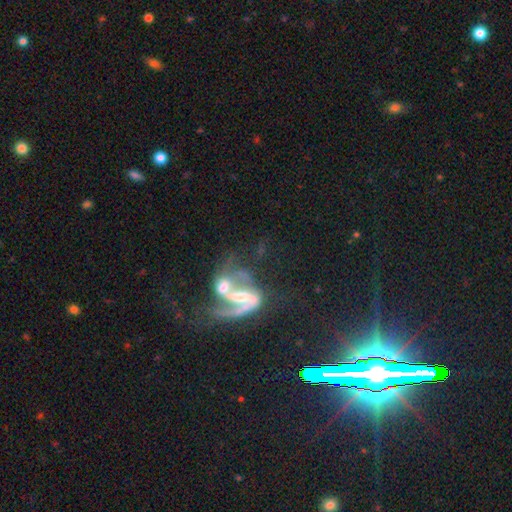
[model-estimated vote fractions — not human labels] A featured or disk galaxy (63%) with no bar (46%), spiral arms (77%) and a moderate central bulge (41%). Merging: merger (43%).